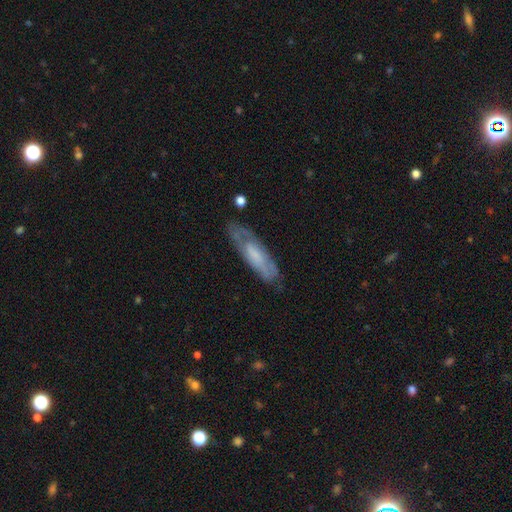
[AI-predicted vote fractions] A featured or disk galaxy (52%). Merging: none (66%).